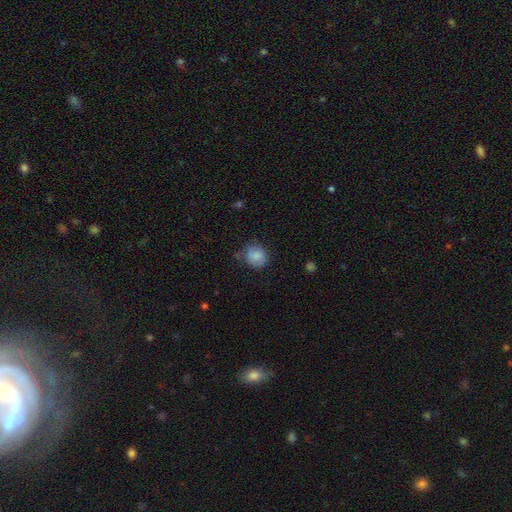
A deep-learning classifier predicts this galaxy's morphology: smooth-or-featured: smooth: 83% | featured or disk: 9% | star or artifact: 8%
  how-rounded: round: 74% | in between: 25% | cigar-shaped: 1%
  merging: none: 66% | minor disturbance: 24% | major disturbance: 7% | merger: 3%